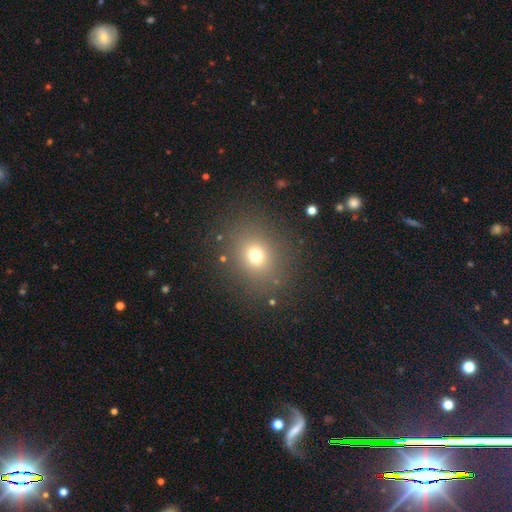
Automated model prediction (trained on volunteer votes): Smooth or featured?
  - smooth: 70% *
  - star or artifact: 21%
  - featured or disk: 10%
How rounded?
  - round: 71% *
  - in between: 28%
  - cigar-shaped: 1%
Merging?
  - none: 85% *
  - minor disturbance: 8%
  - major disturbance: 5%
  - merger: 2%